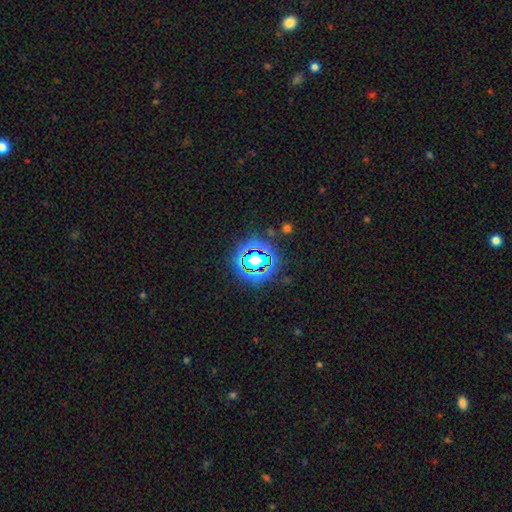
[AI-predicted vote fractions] Q: Smooth or featured?
A: star or artifact (76%); runner-up: smooth (15%)